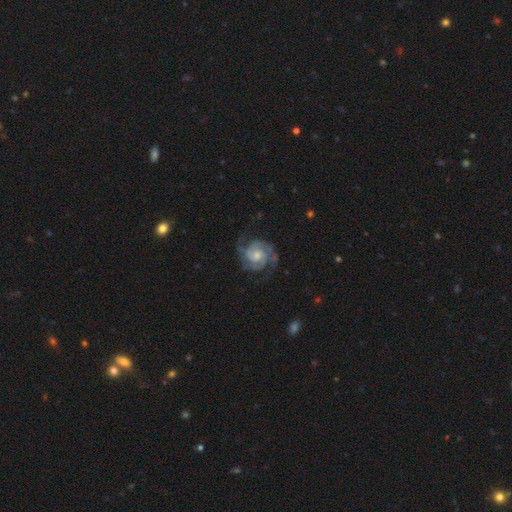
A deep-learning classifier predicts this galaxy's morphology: type=featured or disk (90%); edge-on=no (98%); bar=no (60%); spiral arms=yes (98%); winding=tight (61%); arm count=2 (46%); bulge=moderate (53%); merging=none (77%).